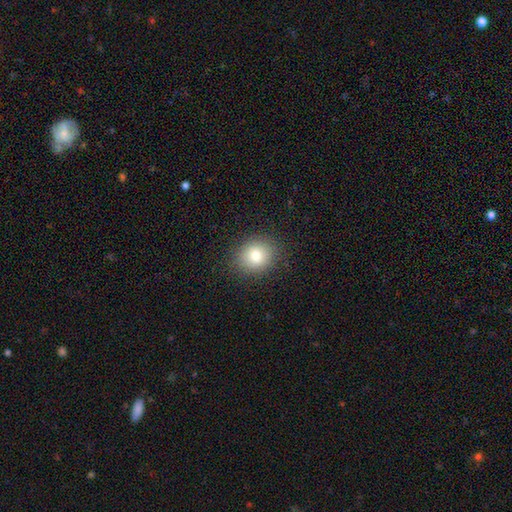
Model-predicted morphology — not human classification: smooth 81%, star or artifact 11%, featured or disk 9%. Down the decision tree: how rounded — round (67%); merging — none (88%).